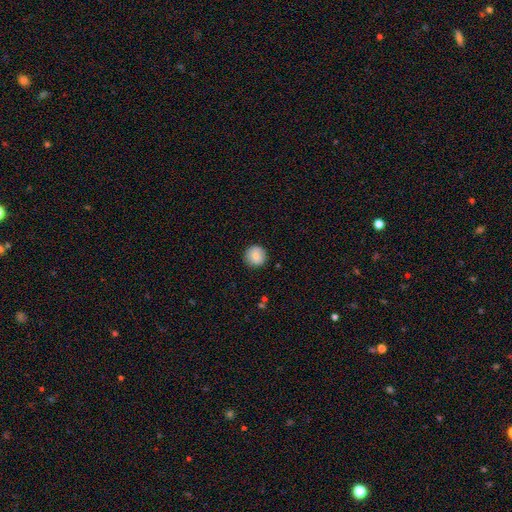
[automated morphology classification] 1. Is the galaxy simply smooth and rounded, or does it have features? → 81% smooth, 11% featured or disk, 8% star or artifact.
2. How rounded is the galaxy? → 95% round, 4% in between, 1% cigar-shaped.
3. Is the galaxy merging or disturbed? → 89% none, 8% minor disturbance, 2% major disturbance, 1% merger.